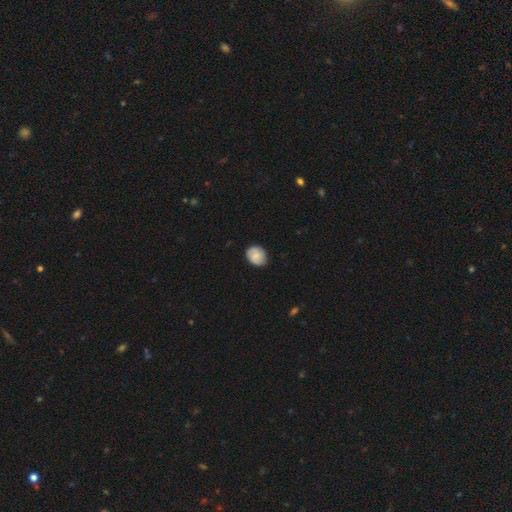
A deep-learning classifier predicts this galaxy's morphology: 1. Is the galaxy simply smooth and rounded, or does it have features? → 75% smooth, 18% featured or disk, 7% star or artifact.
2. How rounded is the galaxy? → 50% in between, 49% round, 1% cigar-shaped.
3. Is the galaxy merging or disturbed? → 81% none, 15% minor disturbance, 3% major disturbance, 1% merger.